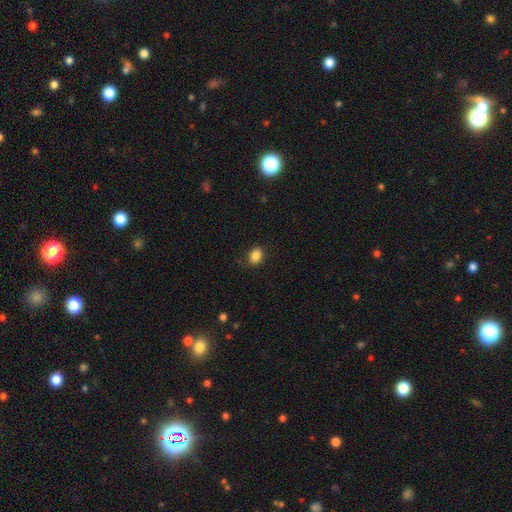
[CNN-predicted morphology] Q: Smooth or featured?
A: smooth (86%); runner-up: star or artifact (9%)
Q: How rounded?
A: in between (70%); runner-up: round (29%)
Q: Merging?
A: none (79%); runner-up: minor disturbance (16%)